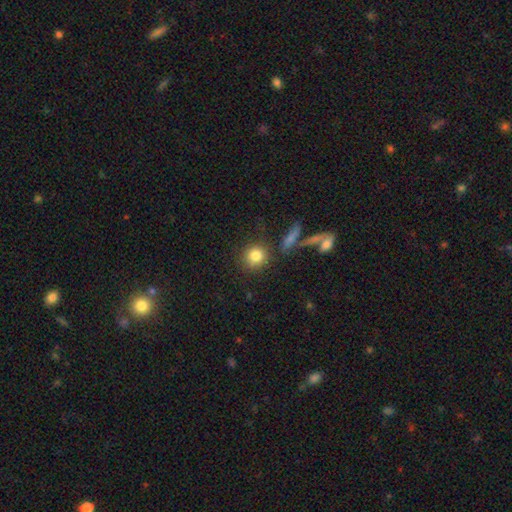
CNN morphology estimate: Smooth or featured? Predicted: smooth (p=0.82). How rounded? Predicted: round (p=0.87). Merging? Predicted: none (p=0.78).